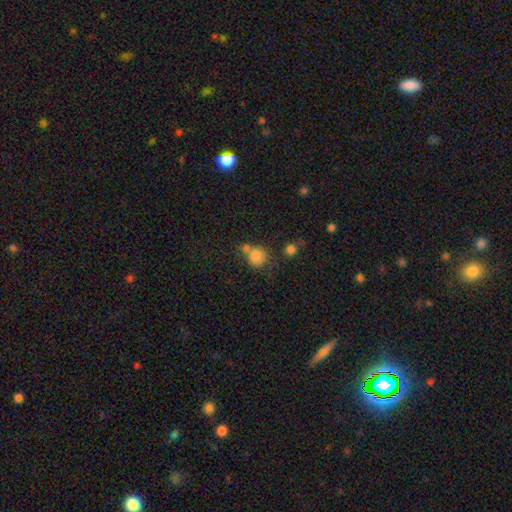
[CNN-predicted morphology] This appears to be a smooth galaxy with no disk features (79%) that is round (81%). Merging: none (45%).